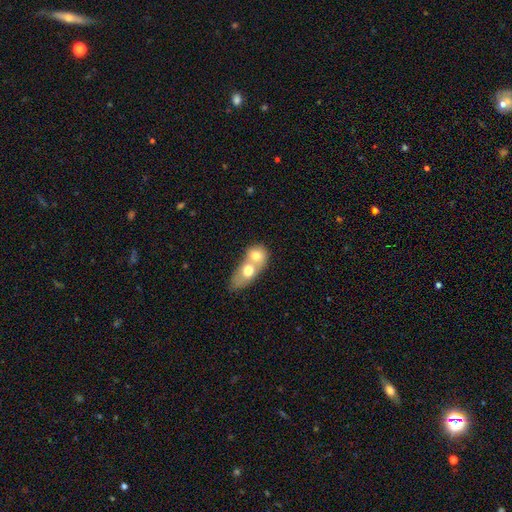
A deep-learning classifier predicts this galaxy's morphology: A smooth galaxy with no disk features (67%) that is in between round and cigar-shaped (55%).

Vote fractions:
- Smooth or featured? smooth: 67% / featured or disk: 26% / star or artifact: 7%
- How rounded? in between: 55% / round: 41% / cigar-shaped: 4%
- Merging? merger: 77% / none: 15% / minor disturbance: 5% / major disturbance: 3%